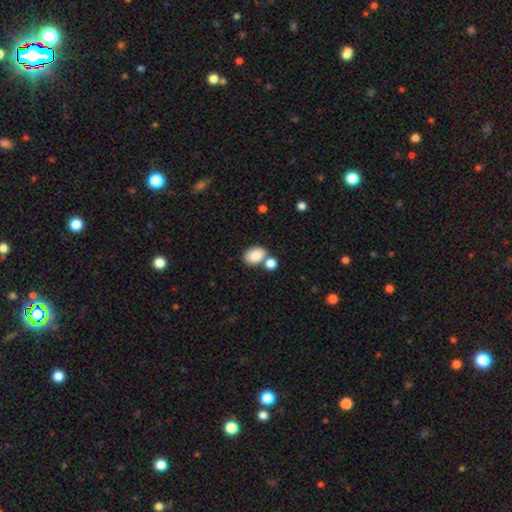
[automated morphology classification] Smooth or featured? Predicted: smooth (p=0.86). How rounded? Predicted: in between (p=0.81). Merging? Predicted: none (p=0.55).